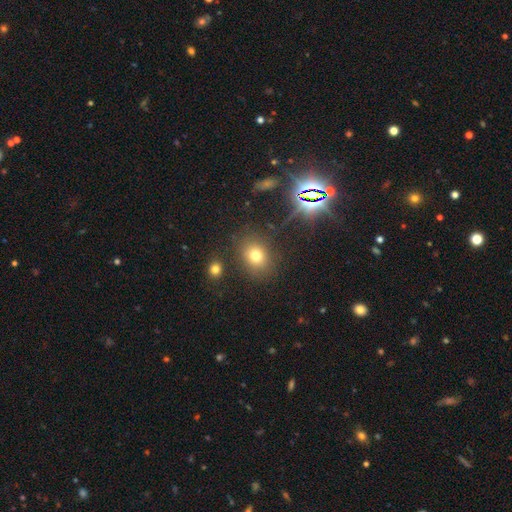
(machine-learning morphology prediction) A smooth galaxy with no disk features (71%) that is round (59%).

Vote fractions:
- Smooth or featured? smooth: 71% / star or artifact: 19% / featured or disk: 10%
- How rounded? round: 59% / in between: 39% / cigar-shaped: 1%
- Merging? none: 82% / minor disturbance: 11% / major disturbance: 4% / merger: 4%